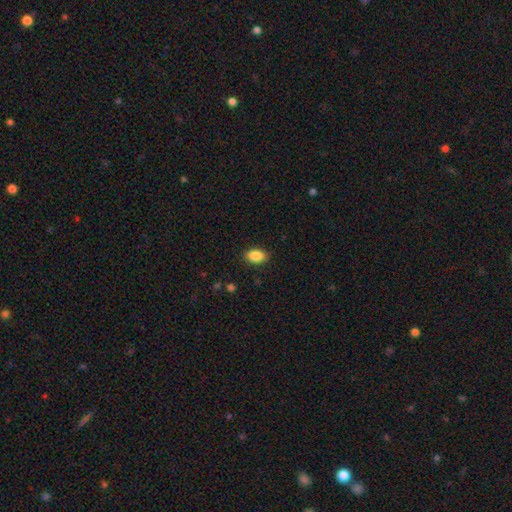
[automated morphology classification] Smooth or featured: smooth — 88% (star or artifact — 8%)
How rounded: in between — 88% (round — 10%)
Merging: none — 87% (minor disturbance — 10%)